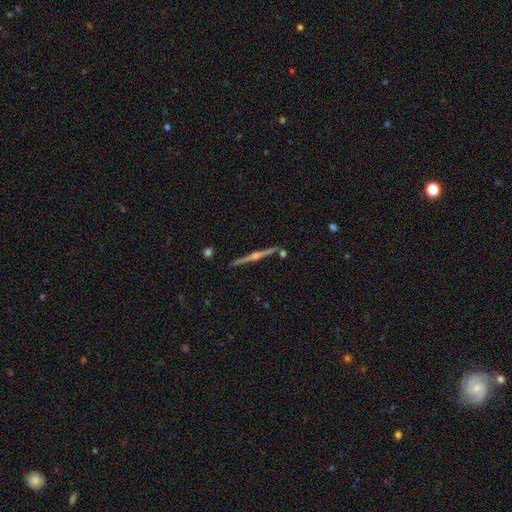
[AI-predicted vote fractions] Overall: featured or disk (85%). Edge-on disk: yes (99%). Edge-on bulge: rounded (89%). Merging: none (90%).